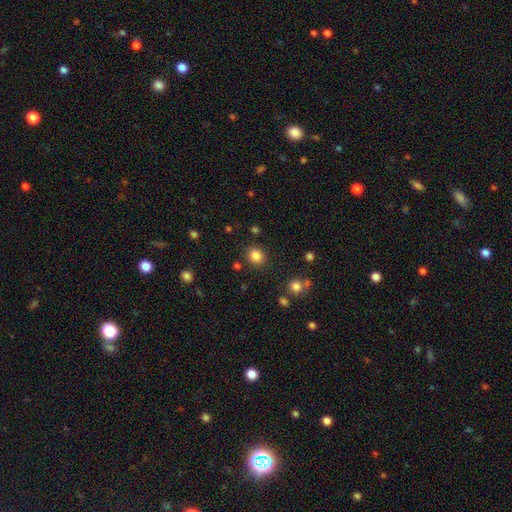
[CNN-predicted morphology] Overall: smooth (84%). How rounded: round (85%). Merging: none (88%).